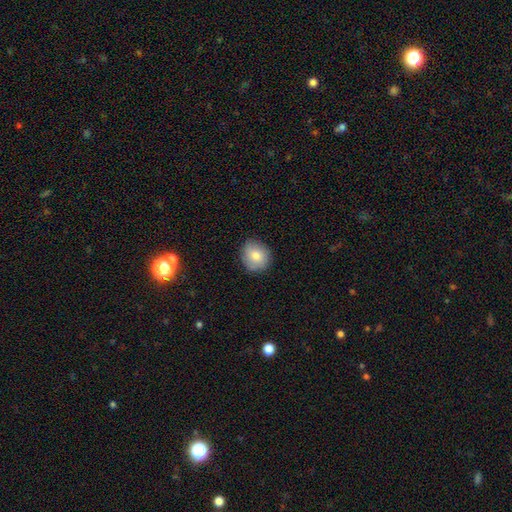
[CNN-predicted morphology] Overall: smooth (78%). How rounded: round (78%). Merging: none (85%).